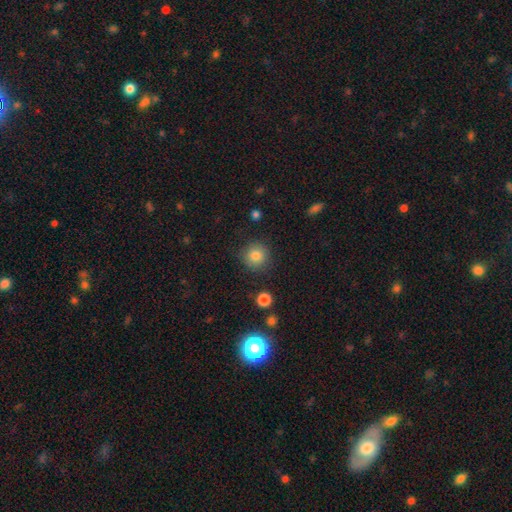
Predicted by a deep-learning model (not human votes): Smooth or featured? Predicted: smooth (p=0.82). How rounded? Predicted: round (p=0.92). Merging? Predicted: none (p=0.87).